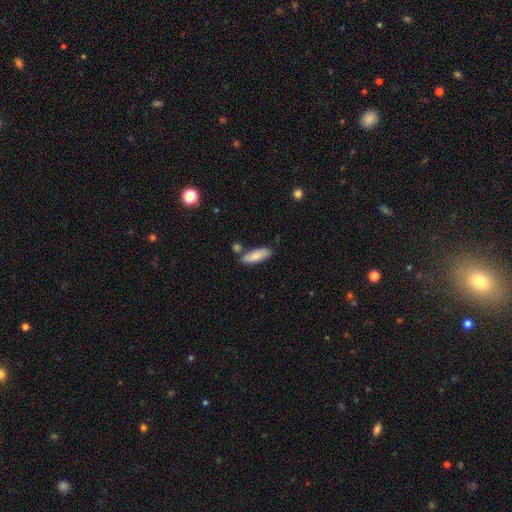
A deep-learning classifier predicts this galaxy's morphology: Smooth or featured? smooth (81%)
How rounded? in between (60%)
Merging? none (69%)